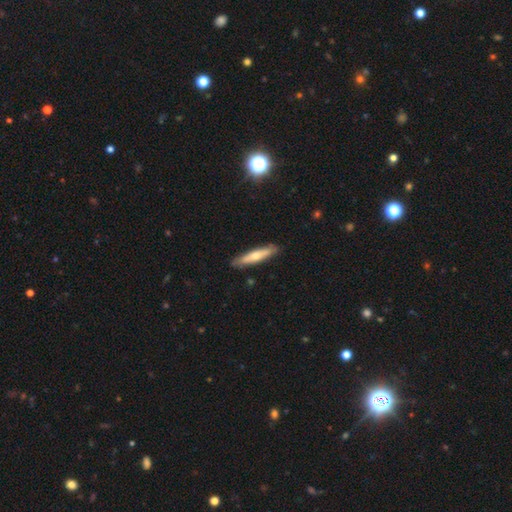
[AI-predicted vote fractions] smooth 55%, featured or disk 40%, star or artifact 5%. Down the decision tree: how rounded — cigar-shaped (85%); merging — none (86%).